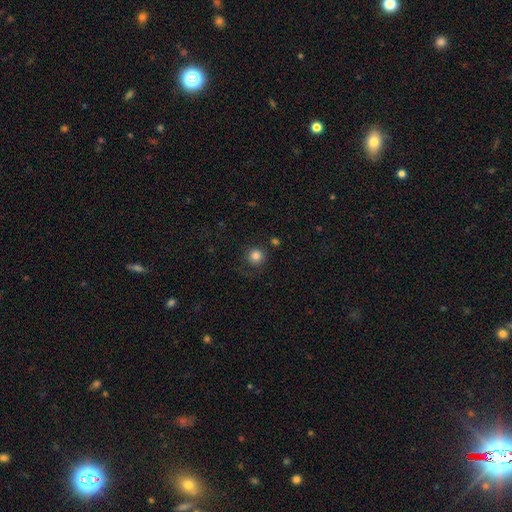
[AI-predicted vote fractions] The model was most divided on "merging": none: 79%, minor disturbance: 11%, major disturbance: 6%, merger: 4%. More confident: how rounded — round (94%); smooth or featured — smooth (84%).